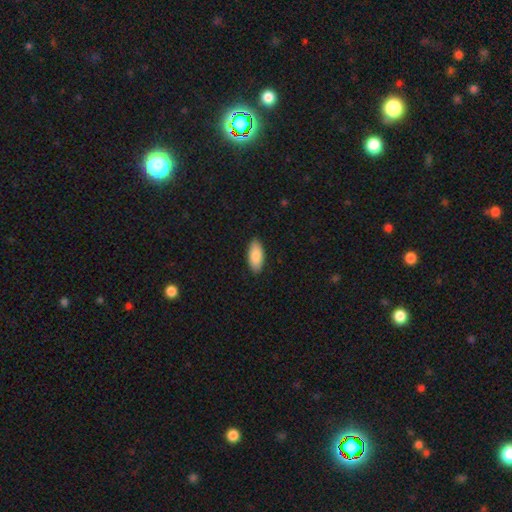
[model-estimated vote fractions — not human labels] This is clearly a smooth galaxy (87%). How rounded: clearly in between (89%). Merging: clearly none (89%).